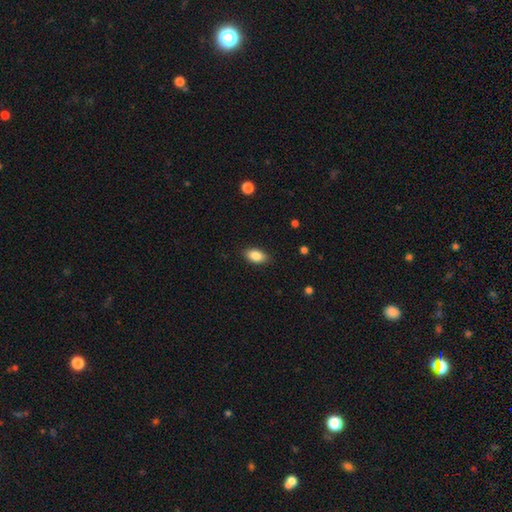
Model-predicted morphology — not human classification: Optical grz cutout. It shows a smooth galaxy with no disk features (86%) that is in between round and cigar-shaped (91%). Merging: none (88%).